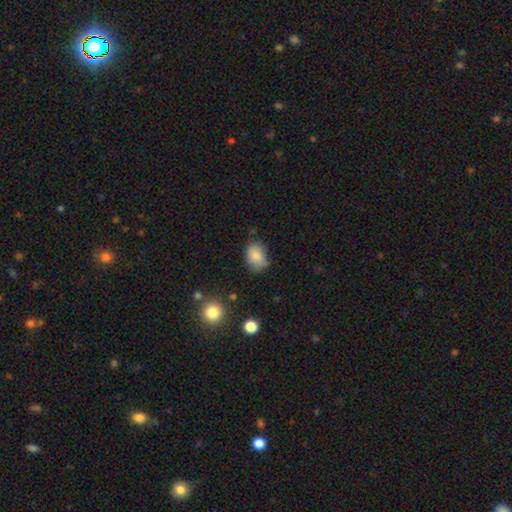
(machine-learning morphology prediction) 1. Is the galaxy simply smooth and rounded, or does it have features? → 83% smooth, 9% star or artifact, 8% featured or disk.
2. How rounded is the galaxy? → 75% in between, 24% round, 1% cigar-shaped.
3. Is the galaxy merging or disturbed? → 64% none, 27% minor disturbance, 6% major disturbance, 3% merger.